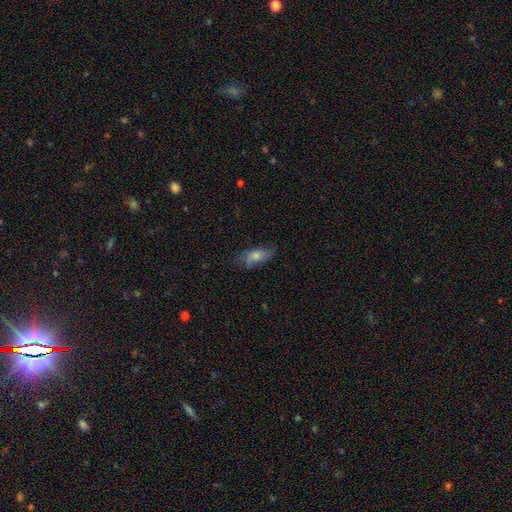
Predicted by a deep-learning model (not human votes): smooth 57%, featured or disk 32%, star or artifact 11%. Down the decision tree: how rounded — in between (69%); merging — none (68%).